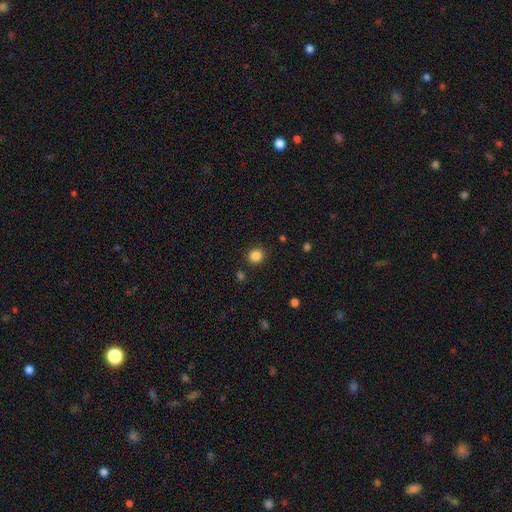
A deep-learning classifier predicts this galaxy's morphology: A smooth galaxy with no disk features (85%) that is round (87%). Merging: none (89%).